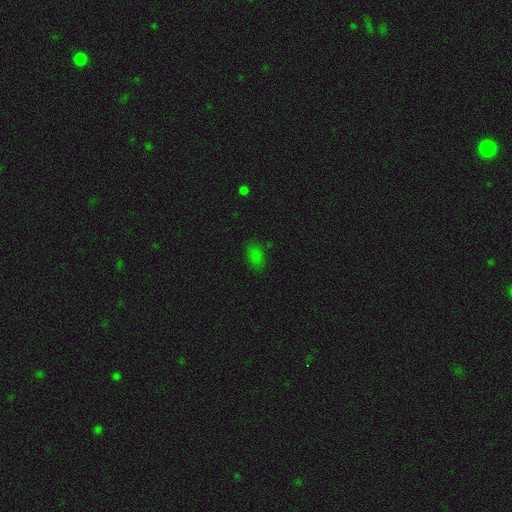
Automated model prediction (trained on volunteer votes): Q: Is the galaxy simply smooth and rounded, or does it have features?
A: smooth — 75%.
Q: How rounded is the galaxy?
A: in between — 85%.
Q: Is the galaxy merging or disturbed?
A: none — 76%.